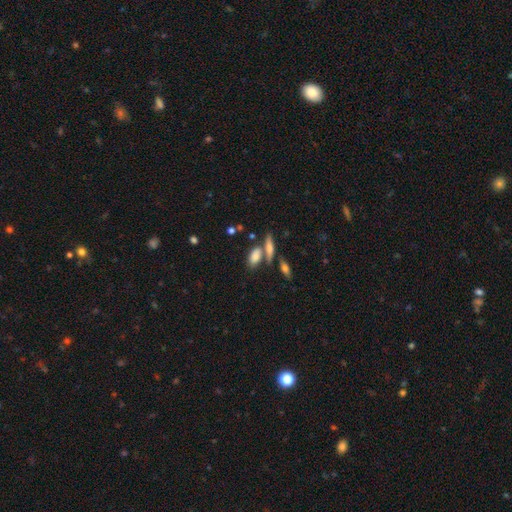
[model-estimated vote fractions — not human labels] Q: Smooth or featured?
A: smooth (75%); runner-up: featured or disk (16%)
Q: How rounded?
A: in between (80%); runner-up: cigar-shaped (14%)
Q: Merging?
A: none (52%); runner-up: merger (33%)